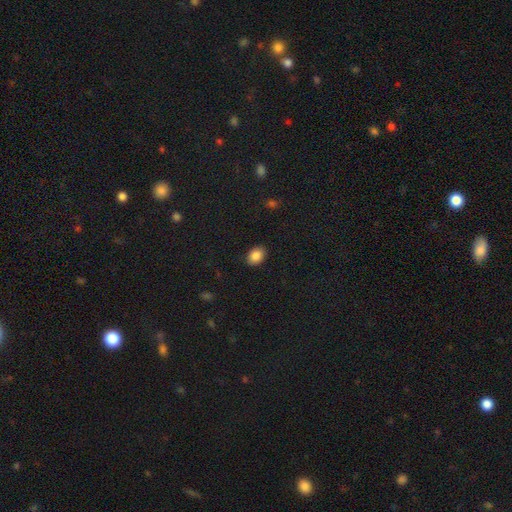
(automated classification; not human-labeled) Smooth or featured? smooth (87%)
How rounded? in between (72%)
Merging? none (88%)